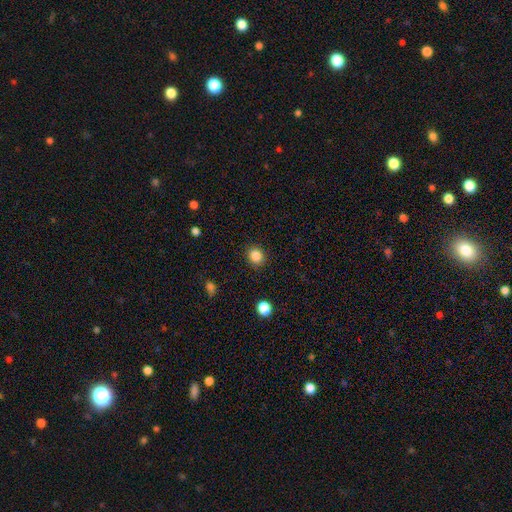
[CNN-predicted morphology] Overall: smooth (85%). How rounded: round (80%). Merging: none (90%).